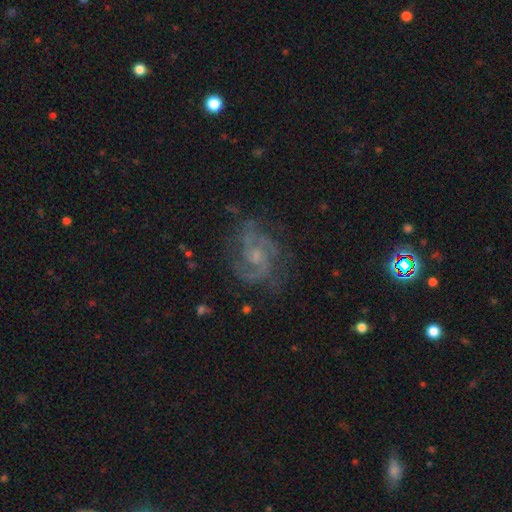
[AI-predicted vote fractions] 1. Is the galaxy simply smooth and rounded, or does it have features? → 71% featured or disk, 18% star or artifact, 10% smooth.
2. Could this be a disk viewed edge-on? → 97% no, 3% yes.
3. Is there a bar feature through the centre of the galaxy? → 55% no, 36% weak, 9% strong.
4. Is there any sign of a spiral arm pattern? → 94% yes, 6% no.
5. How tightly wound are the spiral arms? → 45% medium, 41% tight, 14% loose.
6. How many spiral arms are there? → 31% 2, 26% can't tell, 21% 3, 9% 4, 7% 1, 7% more than 4.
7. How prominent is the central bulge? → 65% small, 28% moderate, 5% none, 2% large, 1% dominant.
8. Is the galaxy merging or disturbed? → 75% none, 14% minor disturbance, 8% major disturbance, 2% merger.